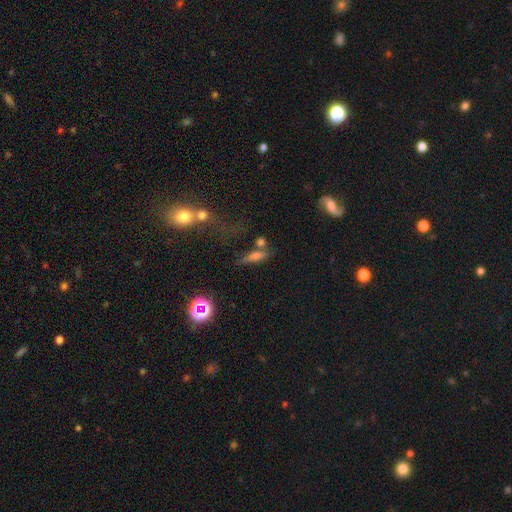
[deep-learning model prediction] Smooth or featured: smooth — 57% (featured or disk — 25%)
How rounded: cigar-shaped — 52% (in between — 39%)
Merging: none — 47% (merger — 21%)